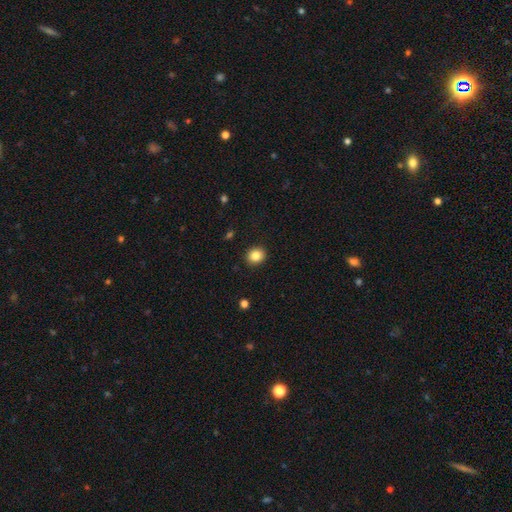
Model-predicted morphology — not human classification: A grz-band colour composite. It shows a smooth galaxy with no disk features (84%) that is round (77%). Merging: none (91%).